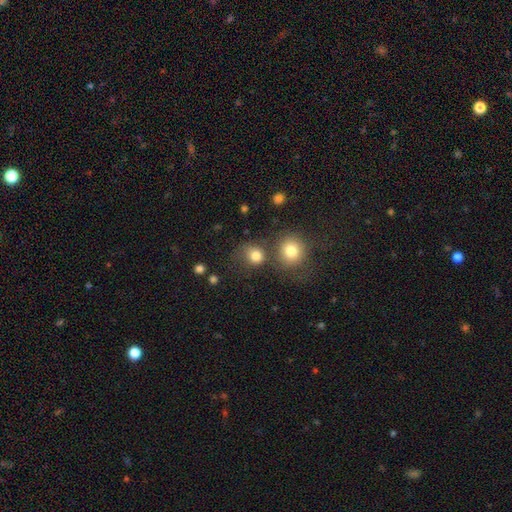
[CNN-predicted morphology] This is clearly a smooth galaxy (80%). How rounded: likely round (79%). Merging: possibly none (54%).